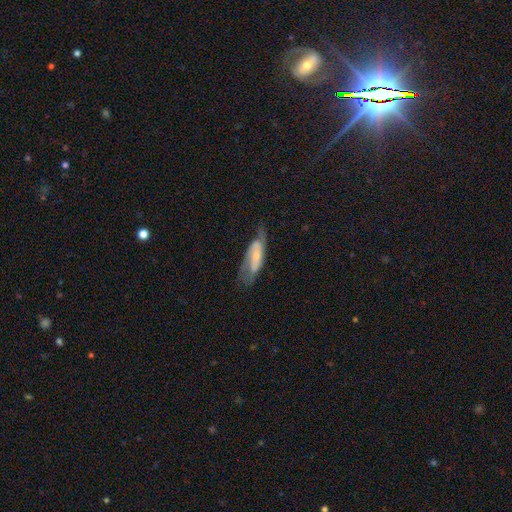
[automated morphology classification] Smooth or featured: featured or disk — 60% (smooth — 33%)
Edge-on disk: no — 81% (yes — 19%)
Merging: none — 48% (minor disturbance — 29%)